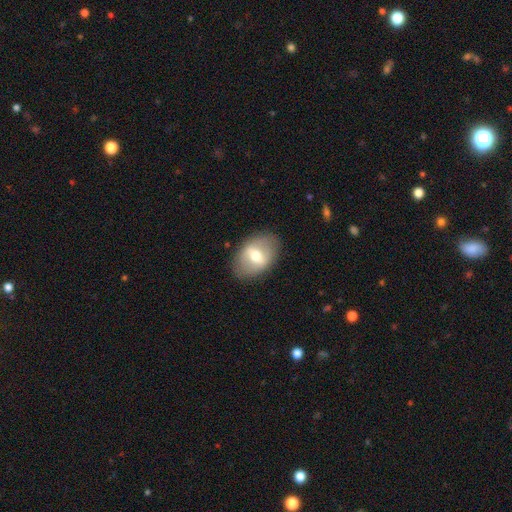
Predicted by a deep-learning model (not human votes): Smooth or featured: featured or disk — 47% (tied with smooth — 47%)
Merging: none — 84% (minor disturbance — 11%)